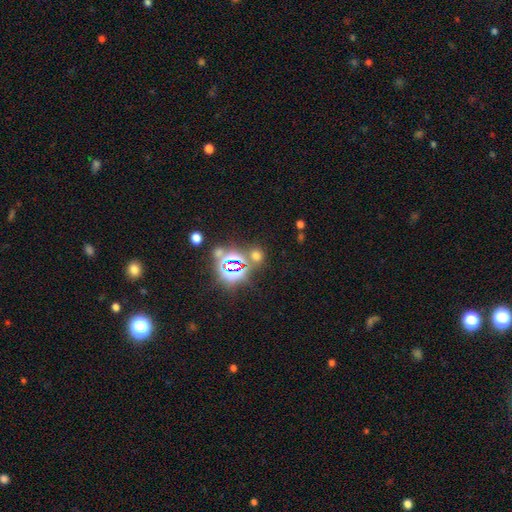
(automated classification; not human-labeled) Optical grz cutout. It shows a star or artifact, not a galaxy (49%).